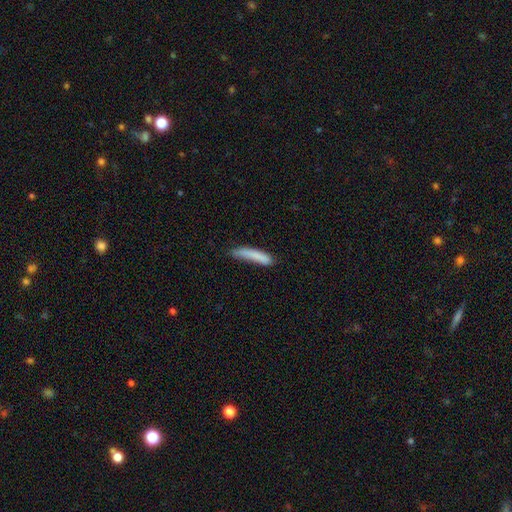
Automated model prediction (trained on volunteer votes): This appears to be a smooth galaxy with no disk features (82%) that is cigar-shaped (89%). Merging: none (64%).